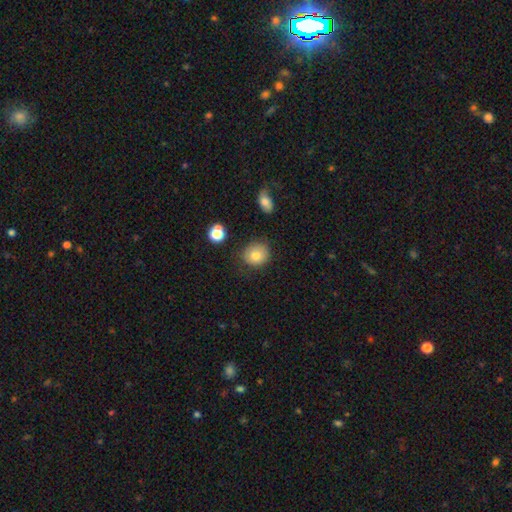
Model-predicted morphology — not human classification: The model was most divided on "how rounded": round: 76%, in between: 23%, cigar-shaped: 1%. More confident: smooth or featured — smooth (78%); merging — none (74%).